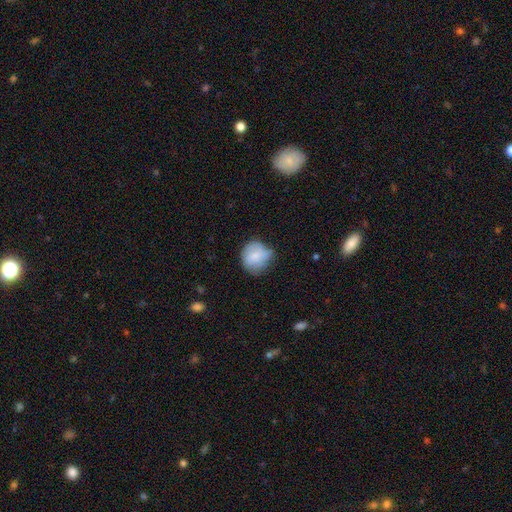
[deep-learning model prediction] A smooth galaxy with no disk features (75%) that is round (81%). Merging: none (51%).